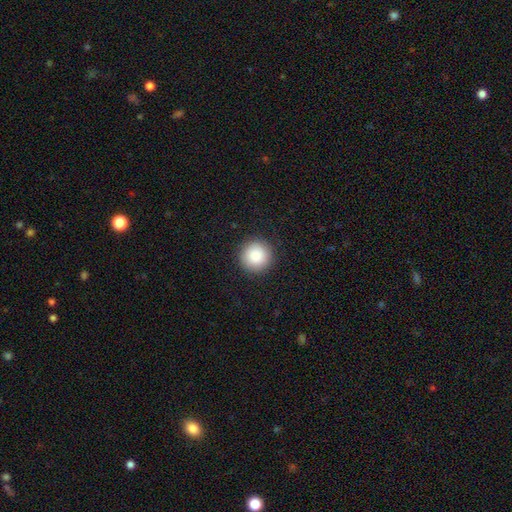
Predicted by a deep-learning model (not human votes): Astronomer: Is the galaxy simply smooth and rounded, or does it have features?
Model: smooth — 87%.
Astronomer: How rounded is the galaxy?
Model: round — 96%.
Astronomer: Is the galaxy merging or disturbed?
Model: none — 92%.